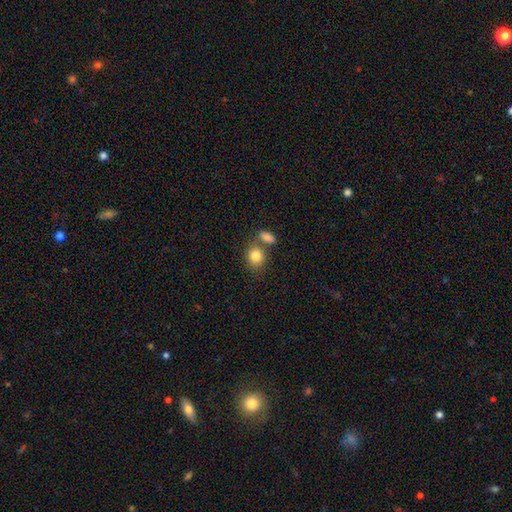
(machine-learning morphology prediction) The model was most divided on "merging": none: 55%, merger: 30%, minor disturbance: 11%, major disturbance: 4%. More confident: smooth or featured — smooth (83%); how rounded — round (62%).